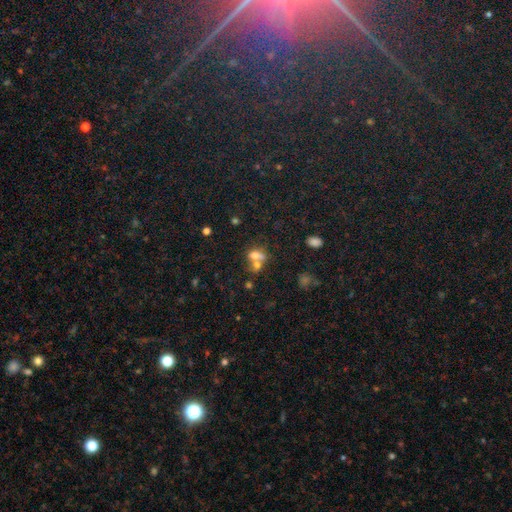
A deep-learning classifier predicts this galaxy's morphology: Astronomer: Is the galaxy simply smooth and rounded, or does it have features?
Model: smooth — 63%.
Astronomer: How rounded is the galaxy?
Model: in between — 57% (runner-up: round, 40%).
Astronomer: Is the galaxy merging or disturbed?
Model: merger — 62%.